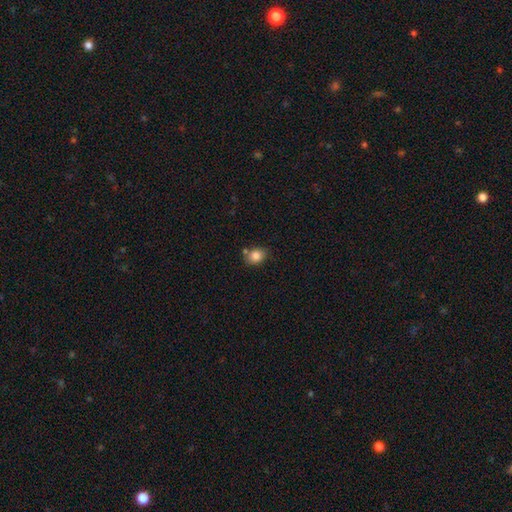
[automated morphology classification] smooth-or-featured: smooth: 84% | star or artifact: 10% | featured or disk: 6%
  how-rounded: round: 56% | in between: 43% | cigar-shaped: 1%
  merging: none: 67% | minor disturbance: 16% | merger: 13% | major disturbance: 4%